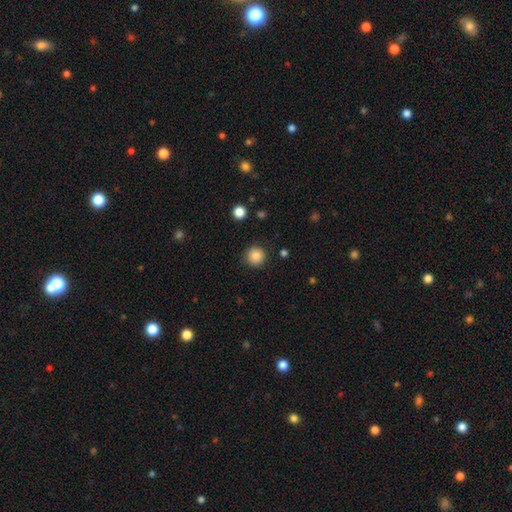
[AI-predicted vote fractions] Smooth or featured? Predicted: smooth (p=0.85). How rounded? Predicted: round (p=0.95). Merging? Predicted: none (p=0.90).